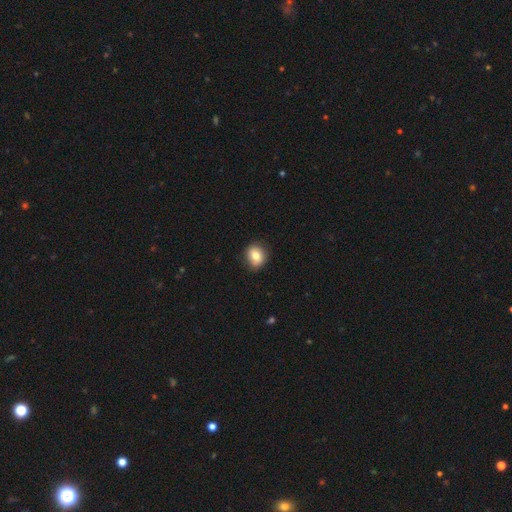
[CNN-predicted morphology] This is likely a smooth galaxy (80%). How rounded: likely round (70%). Merging: clearly none (84%).